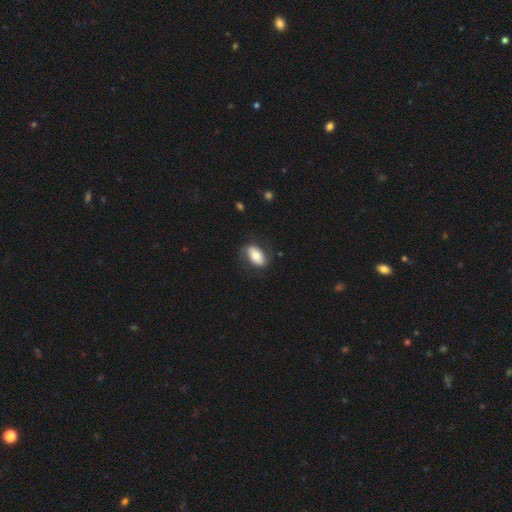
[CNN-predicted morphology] type=smooth (64%); roundness=in between (90%); merging=none (73%).